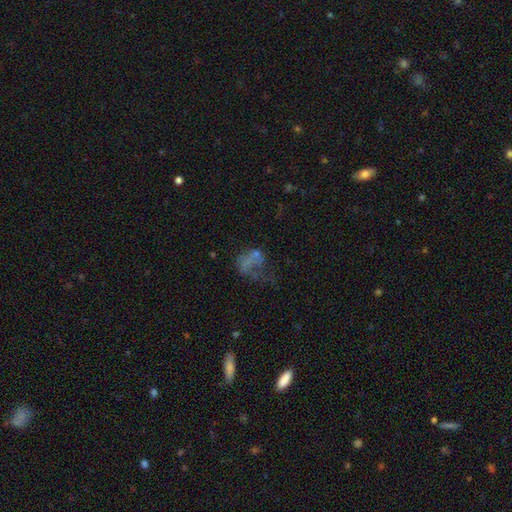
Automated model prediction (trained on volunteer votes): smooth_or_featured: featured or disk (p=0.41) [alt: smooth p=0.37]
merging: major disturbance (p=0.44) [alt: none p=0.29]